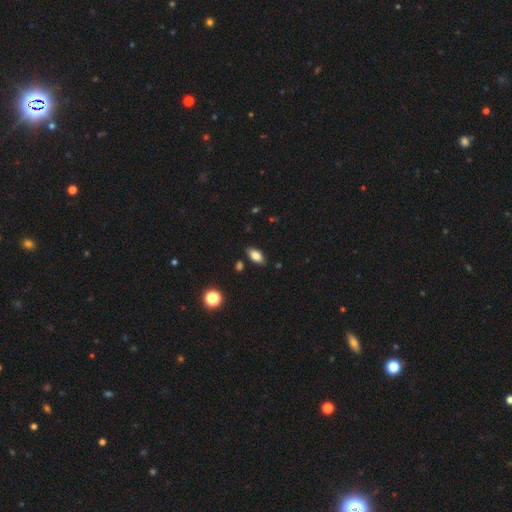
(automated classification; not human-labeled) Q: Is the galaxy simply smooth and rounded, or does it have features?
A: smooth — 81%.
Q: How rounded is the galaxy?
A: in between — 90%.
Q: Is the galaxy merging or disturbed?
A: none — 85%.